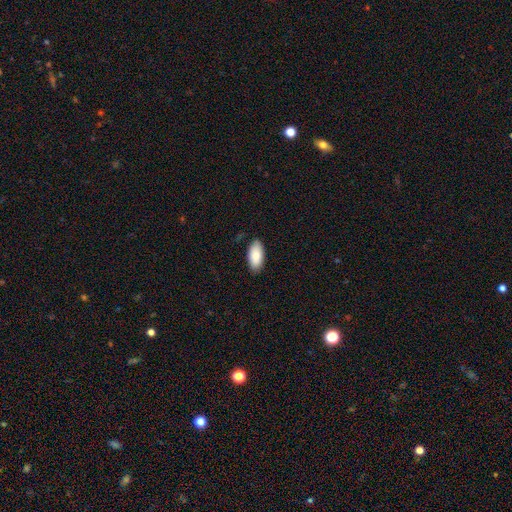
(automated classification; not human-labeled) Overall: smooth (86%). How rounded: in between (92%). Merging: none (87%).